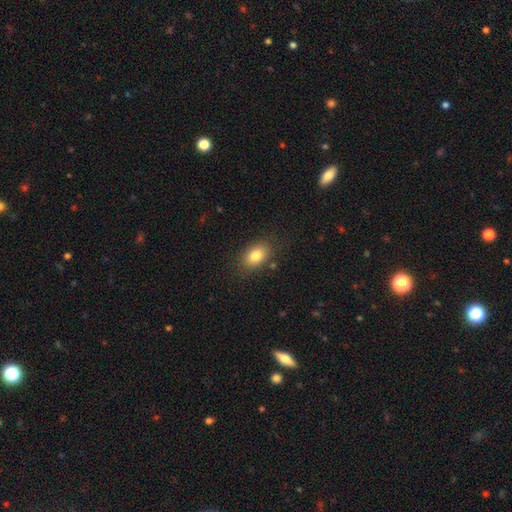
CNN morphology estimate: smooth 82%, featured or disk 9%, star or artifact 9%. Down the decision tree: how rounded — in between (83%); merging — none (84%).